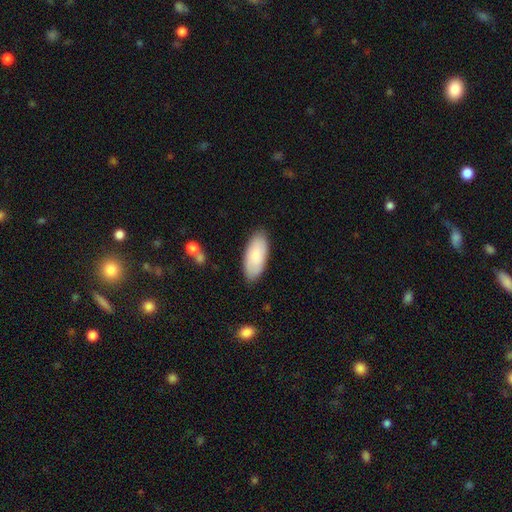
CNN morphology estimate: Smooth or featured? Predicted: smooth (p=0.80). How rounded? Predicted: in between (p=0.89). Merging? Predicted: none (p=0.85).